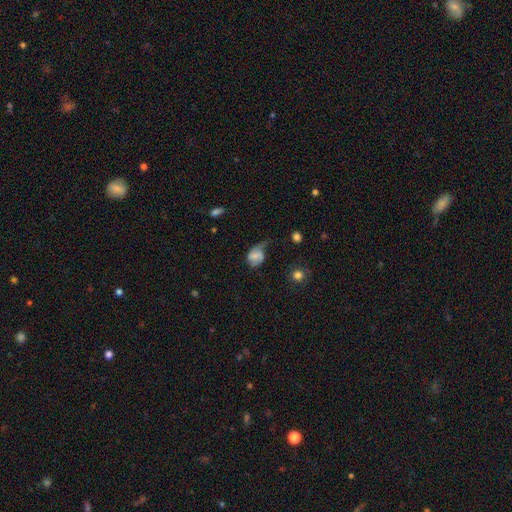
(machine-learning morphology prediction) type=smooth (49%); merging=major disturbance (34%).